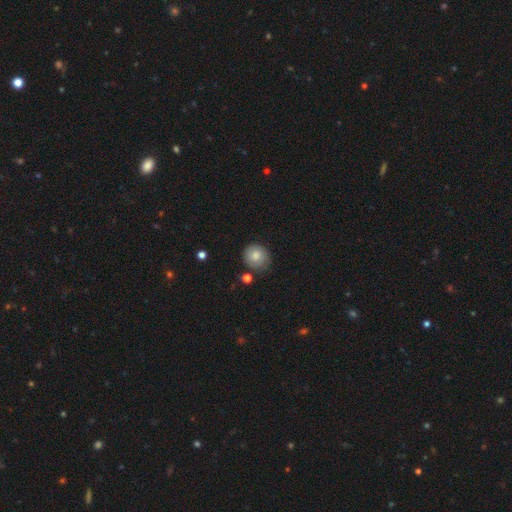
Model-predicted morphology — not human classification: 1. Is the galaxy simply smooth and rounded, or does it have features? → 73% smooth, 19% featured or disk, 8% star or artifact.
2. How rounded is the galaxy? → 86% round, 13% in between, 1% cigar-shaped.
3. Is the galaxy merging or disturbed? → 75% none, 17% minor disturbance, 4% major disturbance, 4% merger.